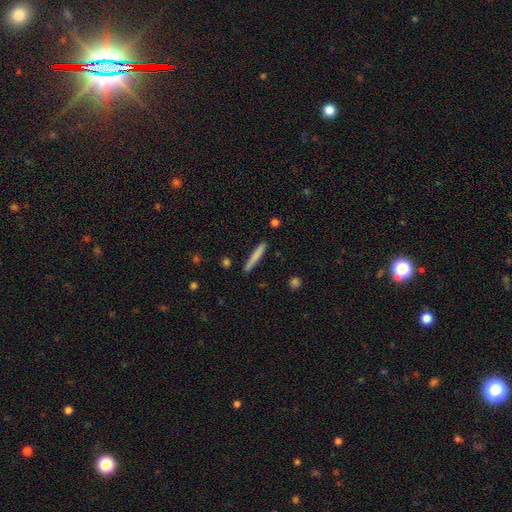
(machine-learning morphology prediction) Smooth or featured? smooth (77%)
How rounded? cigar-shaped (95%)
Merging? none (87%)